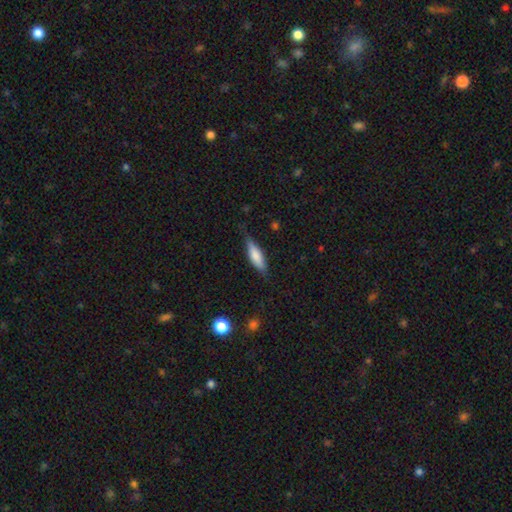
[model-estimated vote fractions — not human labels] This is likely a smooth galaxy (69%). How rounded: possibly cigar-shaped (57%). Merging: likely none (78%).